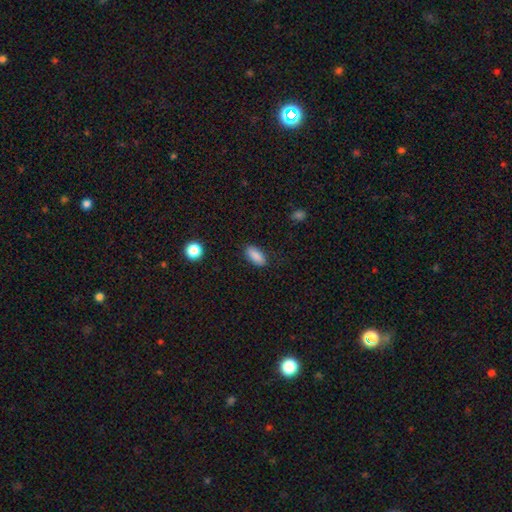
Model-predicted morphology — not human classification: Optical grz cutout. It shows a smooth galaxy with no disk features (88%) that is in between round and cigar-shaped (86%). Merging: none (86%).